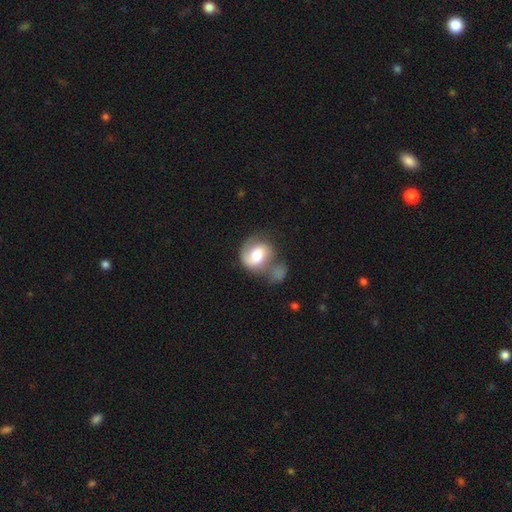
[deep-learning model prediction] Smooth or featured? Predicted: featured or disk (p=0.51). Edge-on disk? Predicted: no (p=0.97). Merging? Predicted: merger (p=0.31, tied with none).